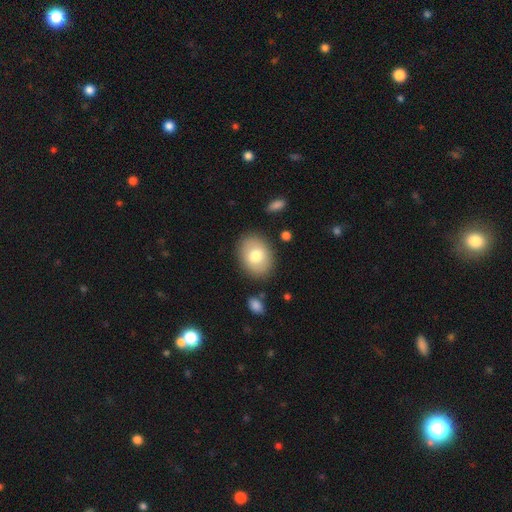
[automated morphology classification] Smooth or featured? smooth (73%)
How rounded? in between (65%)
Merging? none (84%)